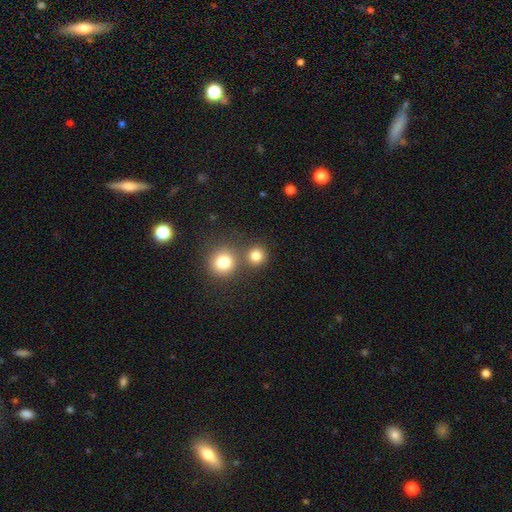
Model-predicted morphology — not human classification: Smooth or featured? smooth (81%)
How rounded? round (90%)
Merging? none (68%)